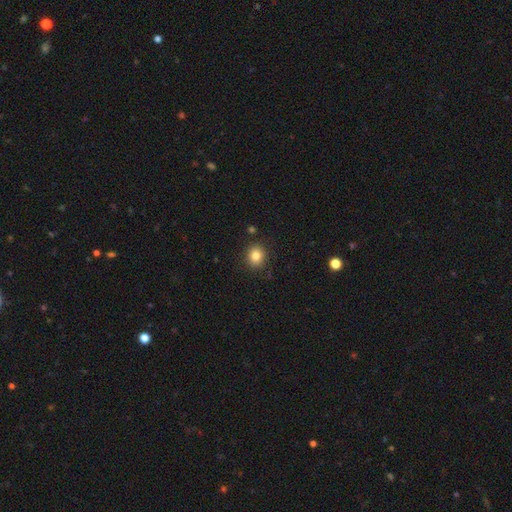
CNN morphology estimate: A smooth galaxy with no disk features (83%) that is round (81%).

Vote fractions:
- Smooth or featured? smooth: 83% / star or artifact: 11% / featured or disk: 6%
- How rounded? round: 81% / in between: 18% / cigar-shaped: 1%
- Merging? none: 88% / minor disturbance: 8% / major disturbance: 2% / merger: 2%